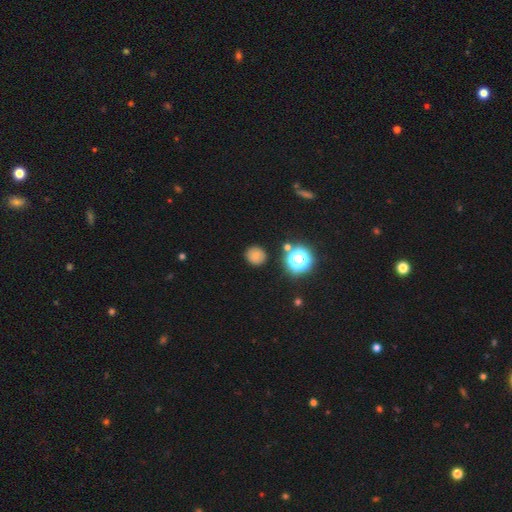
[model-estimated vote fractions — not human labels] The model was most divided on "smooth or featured": smooth: 75%, star or artifact: 17%, featured or disk: 8%. More confident: how rounded — round (88%); merging — none (87%).